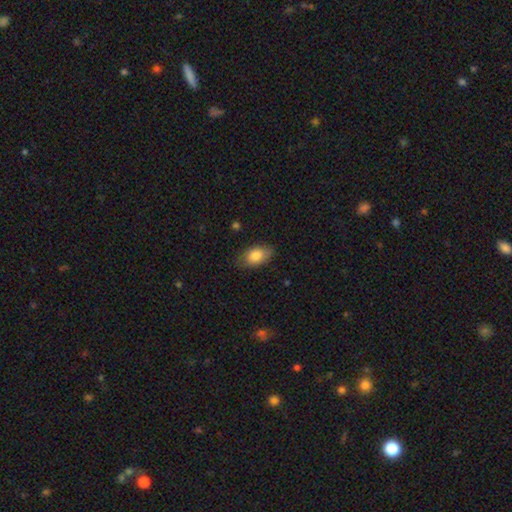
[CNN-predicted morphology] A smooth galaxy with no disk features (83%) that is in between round and cigar-shaped (88%).

Vote fractions:
- Smooth or featured? smooth: 83% / featured or disk: 9% / star or artifact: 7%
- How rounded? in between: 88% / round: 9% / cigar-shaped: 2%
- Merging? none: 78% / minor disturbance: 18% / major disturbance: 4% / merger: 1%